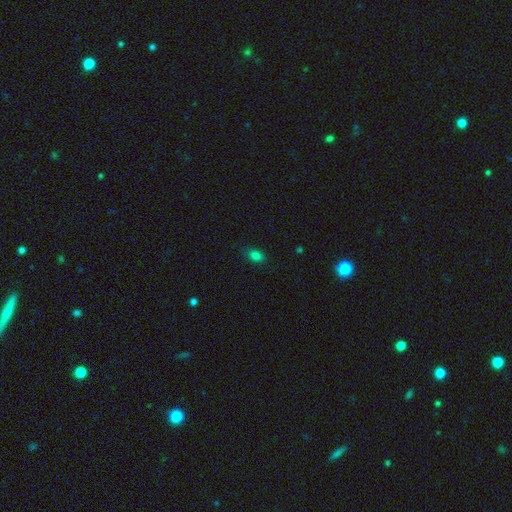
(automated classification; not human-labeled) The model was most divided on "how rounded": in between: 80%, round: 19%, cigar-shaped: 2%. More confident: merging — none (82%); smooth or featured — smooth (81%).